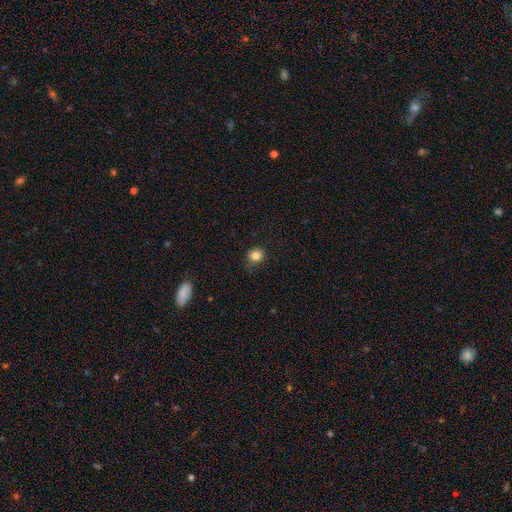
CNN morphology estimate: Q: Smooth or featured?
A: smooth (83%); runner-up: star or artifact (11%)
Q: How rounded?
A: round (78%); runner-up: in between (21%)
Q: Merging?
A: none (80%); runner-up: minor disturbance (16%)